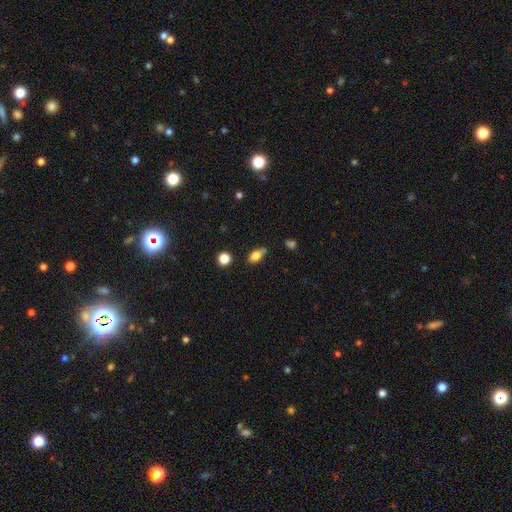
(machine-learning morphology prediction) type=smooth (79%); roundness=in between (83%); merging=none (63%).